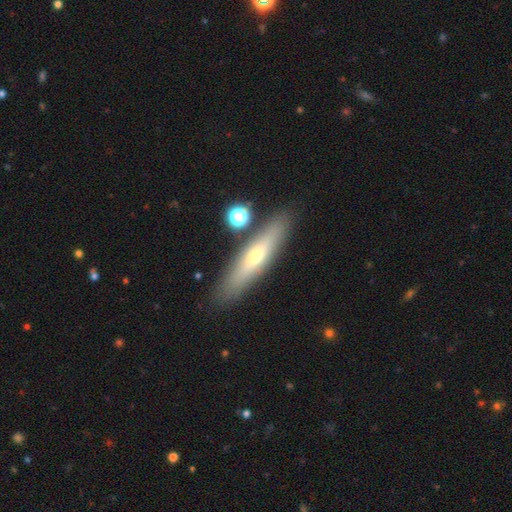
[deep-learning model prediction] Smooth or featured: featured or disk — 46% (tied with smooth — 46%)
Merging: none — 84% (minor disturbance — 9%)